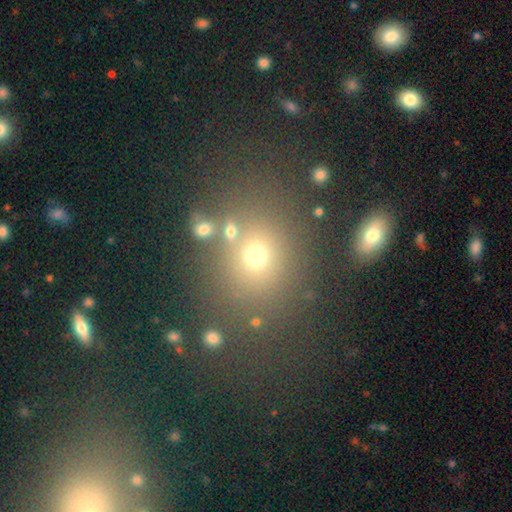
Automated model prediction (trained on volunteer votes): Smooth or featured? Predicted: smooth (p=0.65). How rounded? Predicted: round (p=0.67). Merging? Predicted: none (p=0.74).